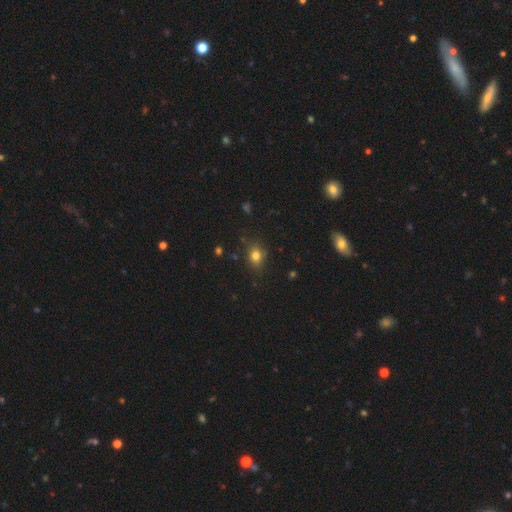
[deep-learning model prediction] Q: Smooth or featured?
A: smooth (78%); runner-up: star or artifact (14%)
Q: How rounded?
A: round (51%); runner-up: in between (47%)
Q: Merging?
A: none (79%); runner-up: minor disturbance (15%)